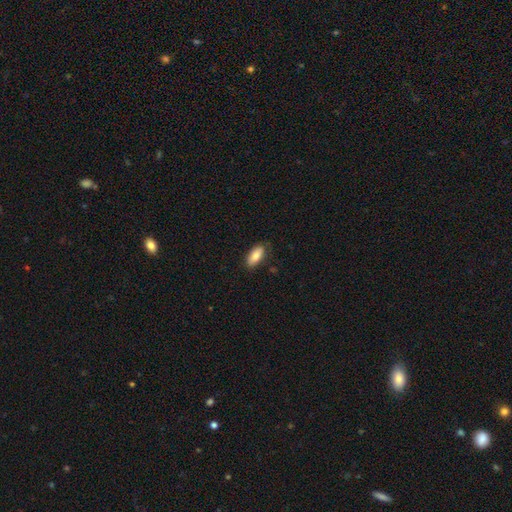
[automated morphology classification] Smooth or featured? smooth (84%)
How rounded? in between (86%)
Merging? none (81%)